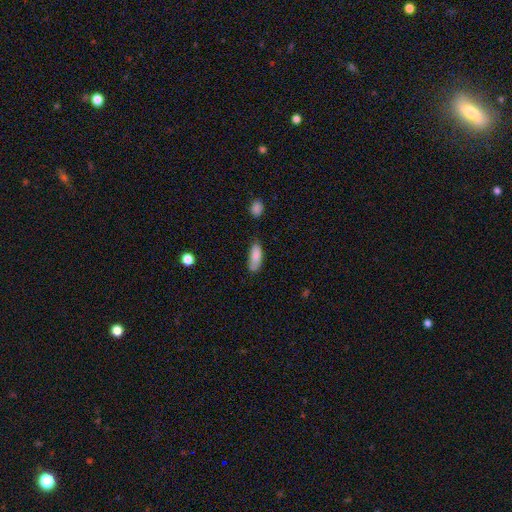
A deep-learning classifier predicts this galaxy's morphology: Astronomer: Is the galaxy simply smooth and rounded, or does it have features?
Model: smooth — 84%.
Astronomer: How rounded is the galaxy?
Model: in between — 74%.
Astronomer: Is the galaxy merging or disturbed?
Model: none — 62%.